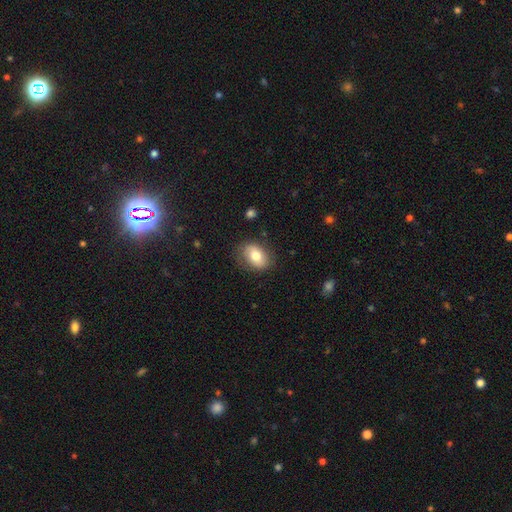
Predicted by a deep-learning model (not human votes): Smooth or featured: smooth — 75% (featured or disk — 18%)
How rounded: in between — 77% (round — 22%)
Merging: none — 79% (minor disturbance — 15%)